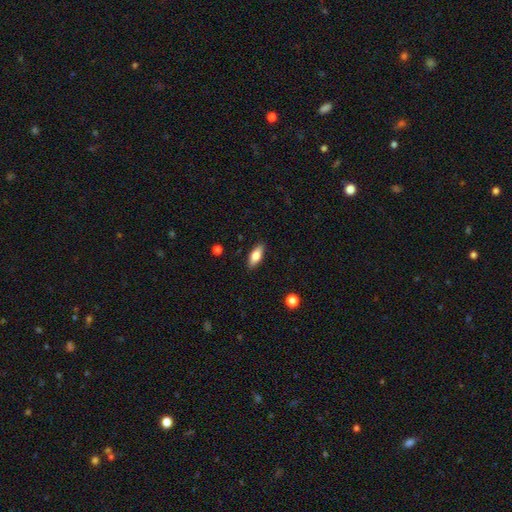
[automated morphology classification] This appears to be a smooth galaxy with no disk features (77%) that is in between round and cigar-shaped (77%). Merging: none (88%).